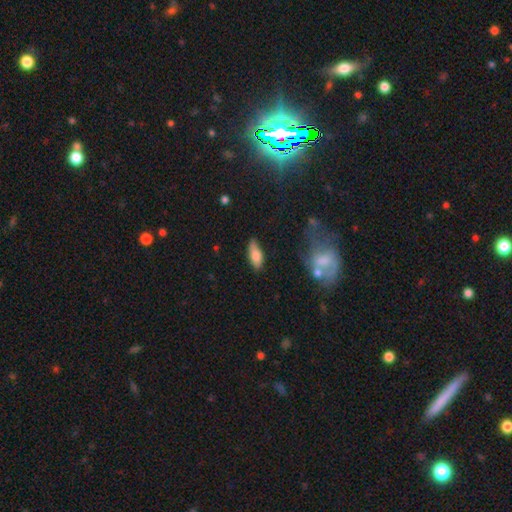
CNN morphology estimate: A smooth galaxy with no disk features (75%) that is in between round and cigar-shaped (74%).

Vote fractions:
- Smooth or featured? smooth: 75% / featured or disk: 18% / star or artifact: 7%
- How rounded? in between: 74% / cigar-shaped: 23% / round: 3%
- Merging? none: 77% / minor disturbance: 17% / major disturbance: 3% / merger: 3%